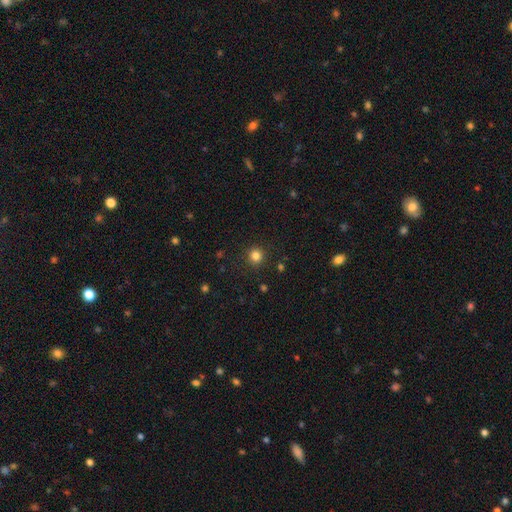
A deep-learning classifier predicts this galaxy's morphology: Smooth or featured: smooth — 82% (star or artifact — 14%)
How rounded: round — 92% (in between — 7%)
Merging: none — 90% (minor disturbance — 6%)